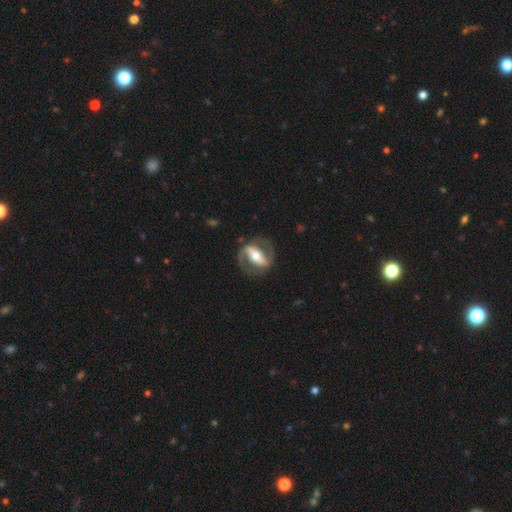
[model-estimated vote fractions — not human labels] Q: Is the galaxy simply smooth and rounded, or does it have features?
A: featured or disk — 87%.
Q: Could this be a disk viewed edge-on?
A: no — 94%.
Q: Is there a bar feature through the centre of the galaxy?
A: strong — 67%.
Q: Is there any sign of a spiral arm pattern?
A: yes — 90%.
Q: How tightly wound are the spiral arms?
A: medium — 51%.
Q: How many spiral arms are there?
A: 2 — 91%.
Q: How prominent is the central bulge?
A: moderate — 68%.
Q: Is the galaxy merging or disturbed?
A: none — 82%.